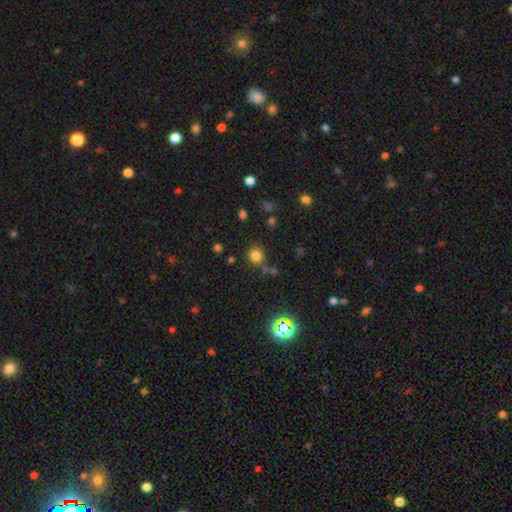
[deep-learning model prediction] Smooth or featured: smooth — 77% (star or artifact — 17%)
How rounded: round — 89% (in between — 10%)
Merging: none — 75% (minor disturbance — 11%)